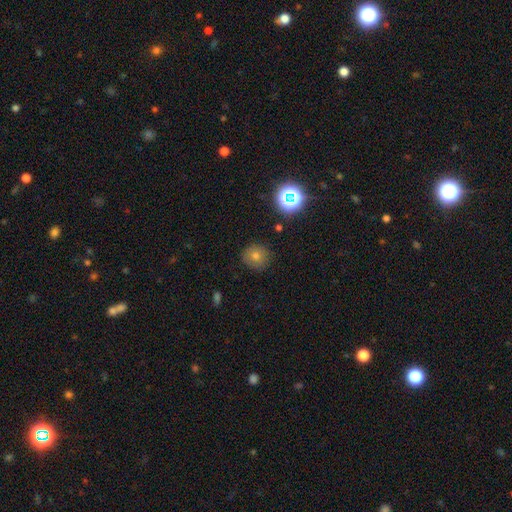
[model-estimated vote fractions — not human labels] Smooth or featured? smooth (68%)
How rounded? round (93%)
Merging? none (88%)